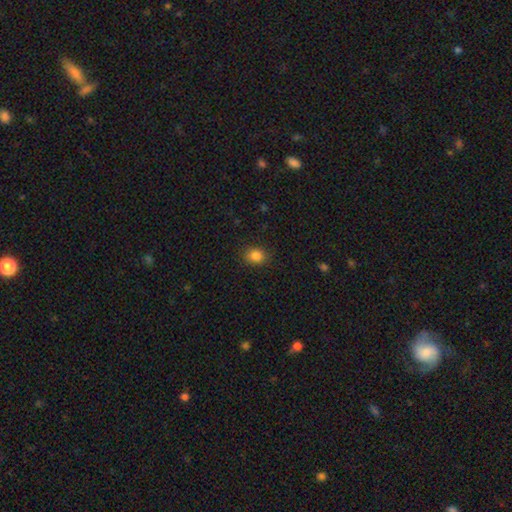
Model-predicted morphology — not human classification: type=smooth (85%); roundness=round (54%); merging=none (86%).